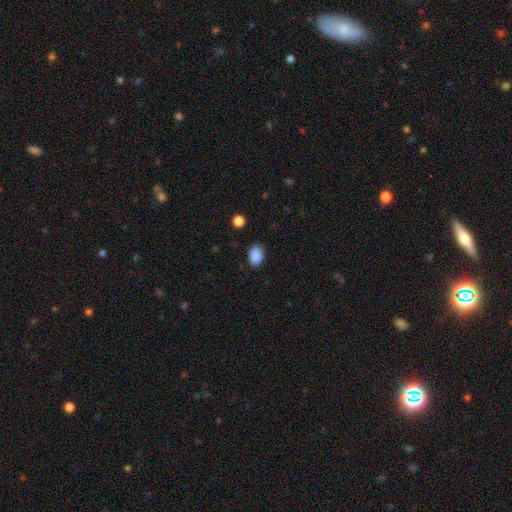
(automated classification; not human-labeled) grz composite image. It shows a smooth galaxy with no disk features (89%) that is in between round and cigar-shaped (84%). Merging: none (83%).